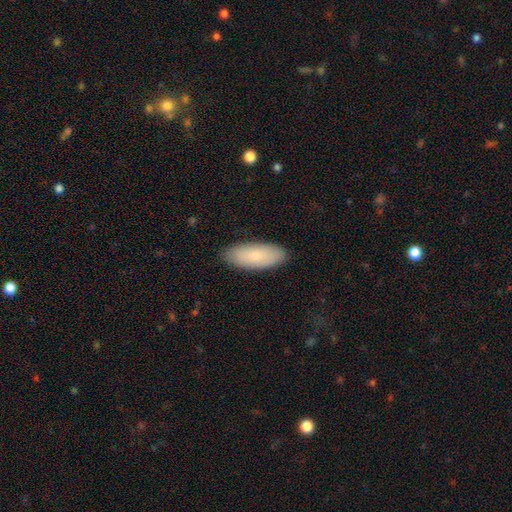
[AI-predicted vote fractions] Smooth or featured? Predicted: smooth (p=0.81). How rounded? Predicted: in between (p=0.81). Merging? Predicted: none (p=0.87).